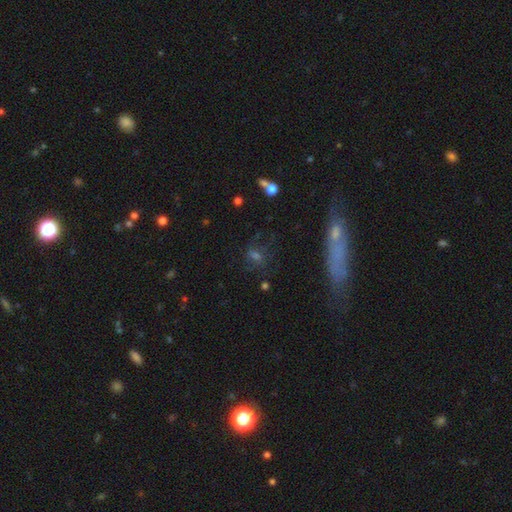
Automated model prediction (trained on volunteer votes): Morphology: type=smooth (45%); merging=none (68%).